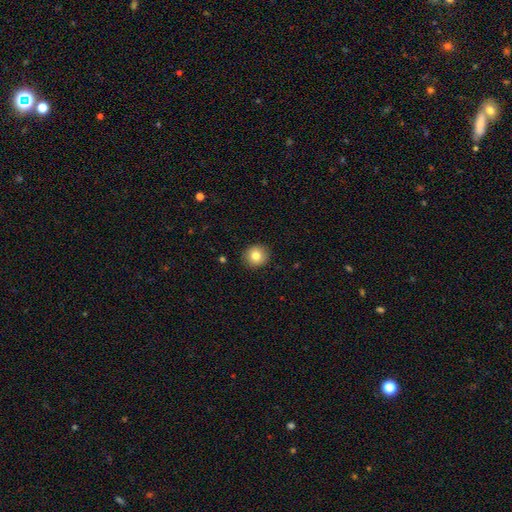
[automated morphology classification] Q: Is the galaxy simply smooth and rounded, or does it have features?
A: smooth — 82%.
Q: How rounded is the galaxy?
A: round — 91%.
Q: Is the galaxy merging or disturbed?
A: none — 91%.